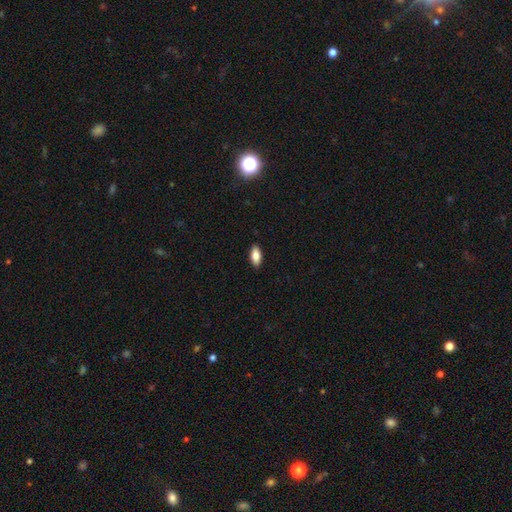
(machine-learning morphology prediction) Q: Smooth or featured?
A: smooth (84%); runner-up: featured or disk (9%)
Q: How rounded?
A: in between (86%); runner-up: cigar-shaped (12%)
Q: Merging?
A: none (90%); runner-up: minor disturbance (8%)